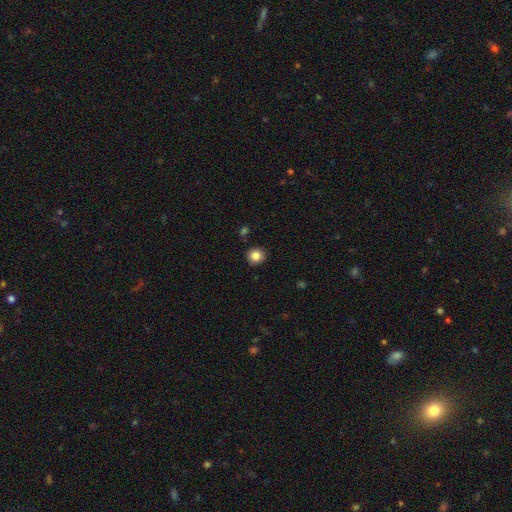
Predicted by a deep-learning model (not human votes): Smooth or featured: smooth — 84% (star or artifact — 10%)
How rounded: round — 90% (in between — 9%)
Merging: none — 90% (minor disturbance — 7%)